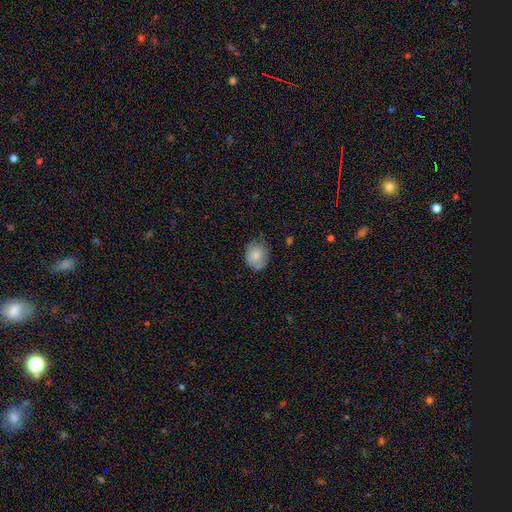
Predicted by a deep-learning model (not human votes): Smooth or featured? smooth (80%)
How rounded? round (59%)
Merging? none (69%)